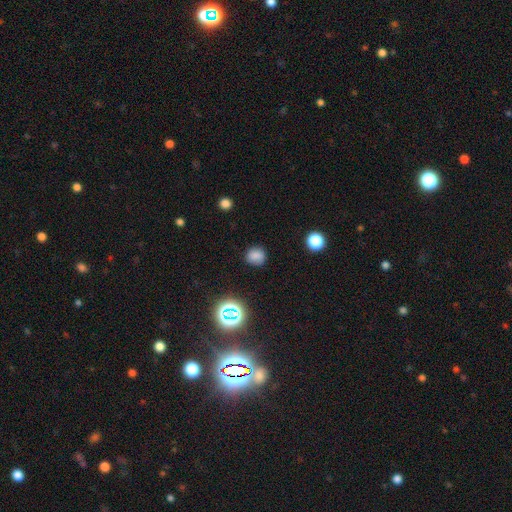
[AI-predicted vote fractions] Smooth or featured? smooth (78%)
How rounded? round (80%)
Merging? none (84%)